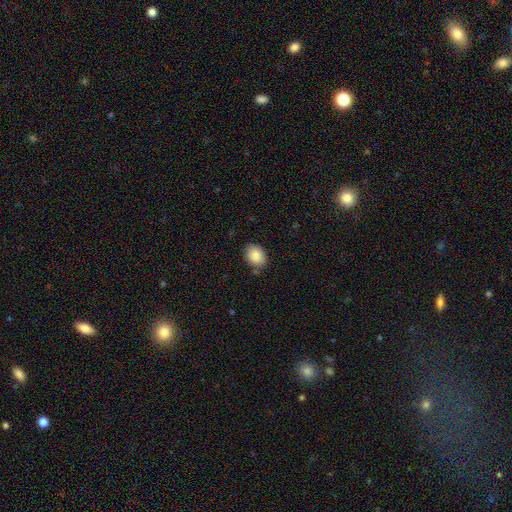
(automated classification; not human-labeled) Morphology: type=smooth (85%); roundness=in between (68%); merging=none (82%).